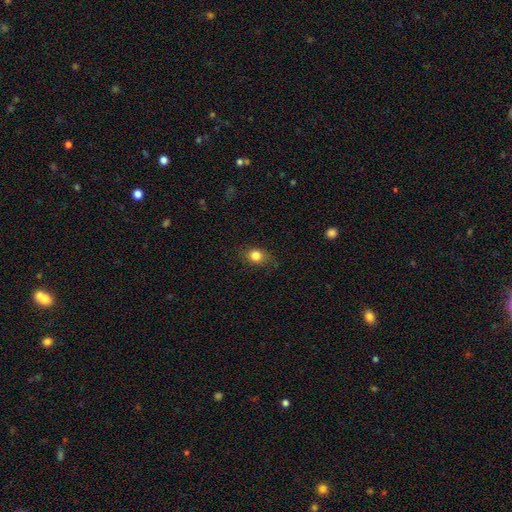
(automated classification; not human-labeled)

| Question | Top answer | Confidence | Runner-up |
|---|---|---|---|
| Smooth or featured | smooth | 81% | star or artifact (10%) |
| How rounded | in between | 50% | round (49%) |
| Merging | none | 78% | minor disturbance (17%) |